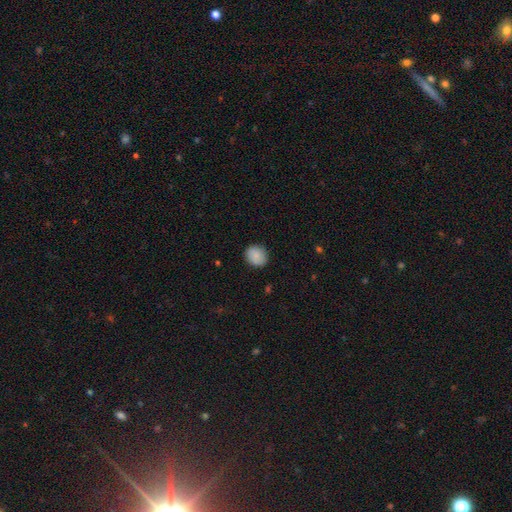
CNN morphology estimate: Smooth or featured?
  - smooth: 86% *
  - star or artifact: 7%
  - featured or disk: 7%
How rounded?
  - round: 79% *
  - in between: 20%
  - cigar-shaped: 1%
Merging?
  - none: 88% *
  - minor disturbance: 9%
  - major disturbance: 2%
  - merger: 1%